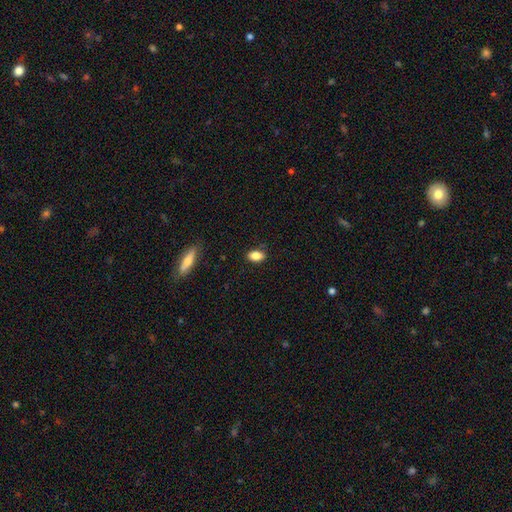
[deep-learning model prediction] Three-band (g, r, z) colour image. It shows a smooth galaxy with no disk features (85%) that is in between round and cigar-shaped (88%). Merging: none (86%).